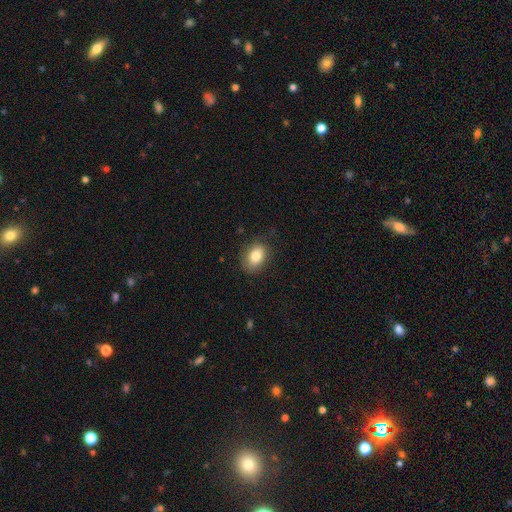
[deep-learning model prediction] A smooth galaxy with no disk features (82%) that is in between round and cigar-shaped (79%).

Vote fractions:
- Smooth or featured? smooth: 82% / featured or disk: 9% / star or artifact: 8%
- How rounded? in between: 79% / round: 19% / cigar-shaped: 1%
- Merging? none: 81% / minor disturbance: 14% / major disturbance: 4% / merger: 1%